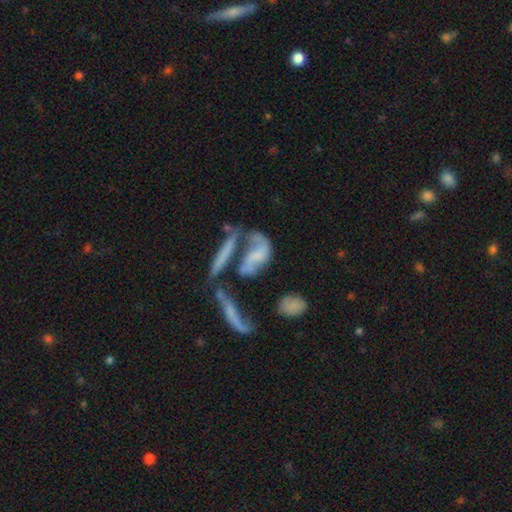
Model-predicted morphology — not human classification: This appears to be a featured or disk galaxy (52%). Merging: merger (43%).